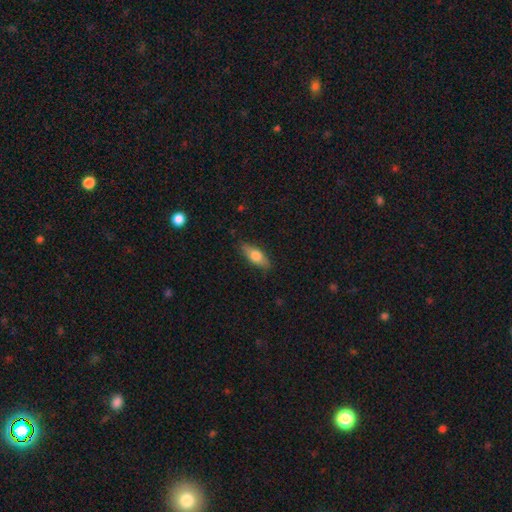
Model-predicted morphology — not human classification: smooth 64%, featured or disk 30%, star or artifact 6%. Down the decision tree: how rounded — in between (67%); merging — none (83%).